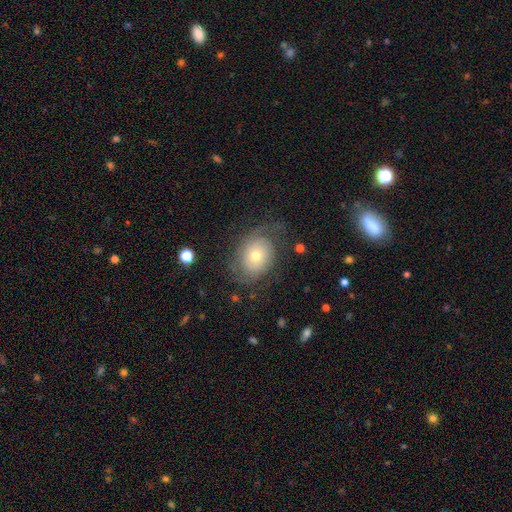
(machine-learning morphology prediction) A featured or disk galaxy (50%). Merging: none (60%).